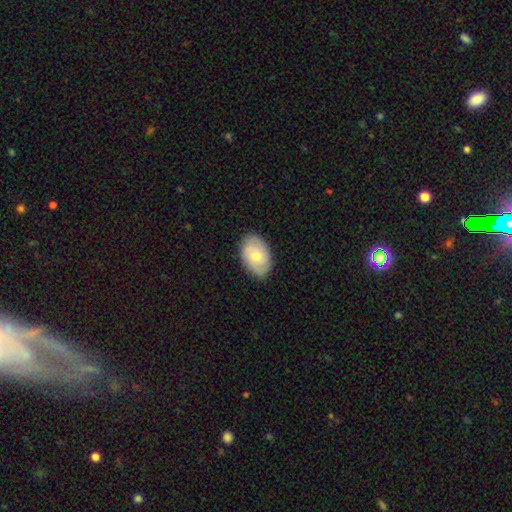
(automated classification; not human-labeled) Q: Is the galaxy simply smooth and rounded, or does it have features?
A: smooth — 61%.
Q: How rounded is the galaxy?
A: in between — 88%.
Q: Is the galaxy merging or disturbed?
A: none — 83%.